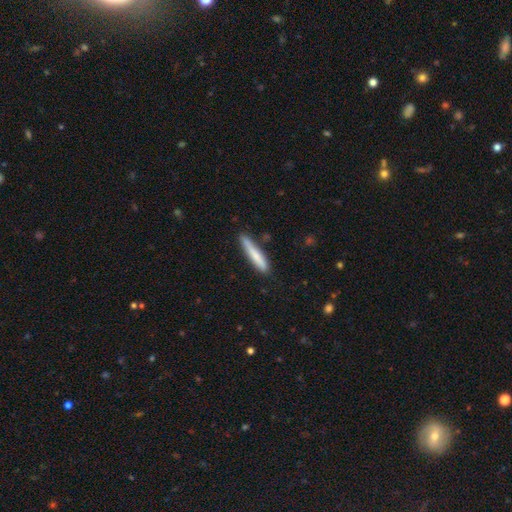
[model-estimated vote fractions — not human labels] This appears to be a smooth galaxy with no disk features (73%) that is cigar-shaped (92%). Merging: none (79%).